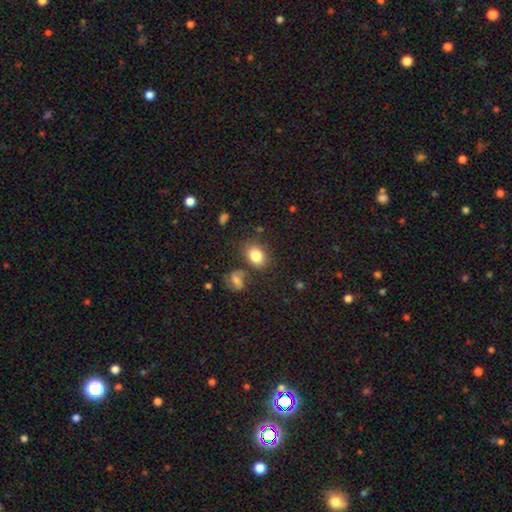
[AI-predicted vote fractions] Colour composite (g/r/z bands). It shows a smooth galaxy with no disk features (82%) that is in between round and cigar-shaped (61%). Merging: none (73%).